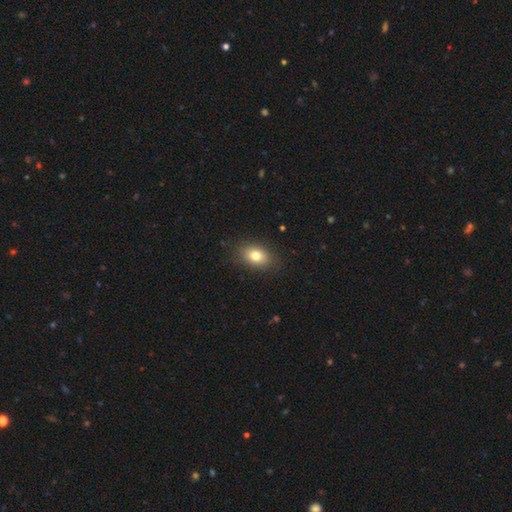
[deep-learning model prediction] A smooth galaxy with no disk features (79%) that is in between round and cigar-shaped (80%). Merging: none (85%).